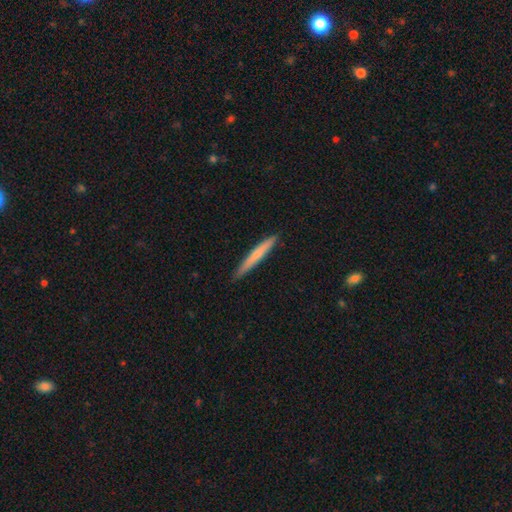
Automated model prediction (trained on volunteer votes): This is likely a smooth galaxy (65%). How rounded: clearly cigar-shaped (96%). Merging: clearly none (89%).